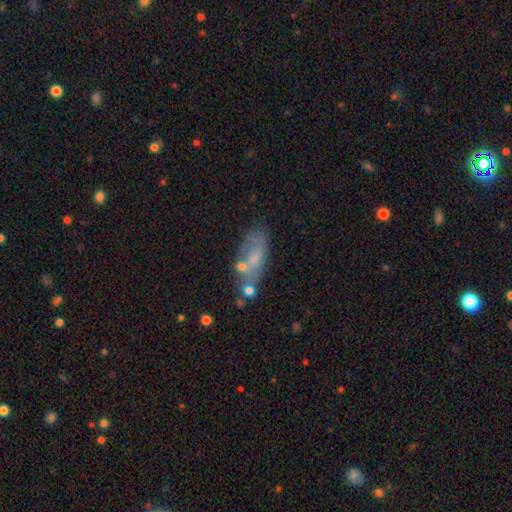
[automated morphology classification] Overall: smooth (48%; featured or disk 42%). Merging: none (43%; minor disturbance 23%).